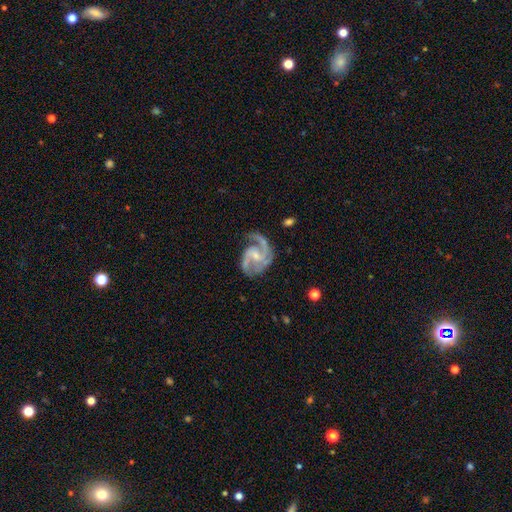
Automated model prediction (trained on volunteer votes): featured or disk 92%, smooth 4%, star or artifact 4%. Down the decision tree: edge-on disk — no (98%); bar — no (46%); spiral arms — yes (98%); spiral arm count — 2 (58%); spiral winding — medium (57%); bulge size — small (63%); merging — none (61%).